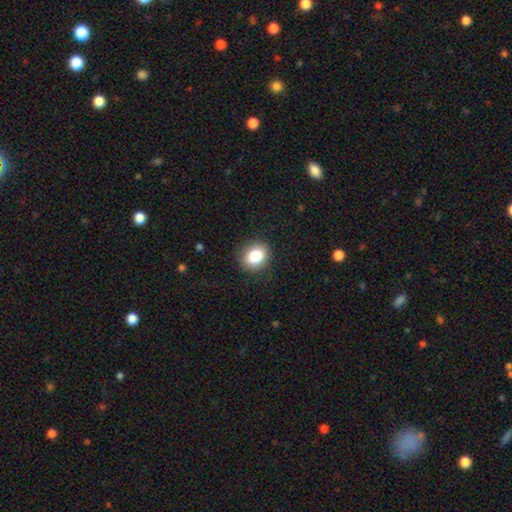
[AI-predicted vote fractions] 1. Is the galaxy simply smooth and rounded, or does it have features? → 85% smooth, 9% star or artifact, 6% featured or disk.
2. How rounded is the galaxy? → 56% round, 43% in between, 1% cigar-shaped.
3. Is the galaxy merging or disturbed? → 88% none, 9% minor disturbance, 3% major disturbance, 1% merger.